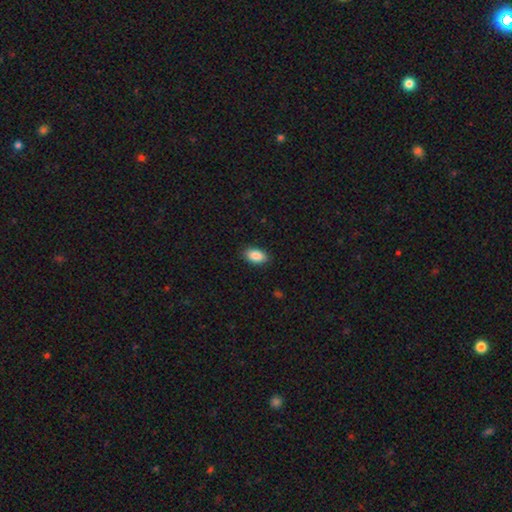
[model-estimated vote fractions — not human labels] Q: Smooth or featured?
A: smooth (89%); runner-up: star or artifact (7%)
Q: How rounded?
A: in between (93%); runner-up: round (5%)
Q: Merging?
A: none (89%); runner-up: minor disturbance (8%)